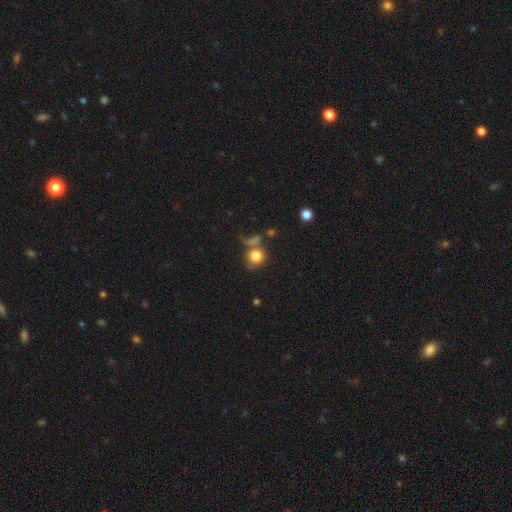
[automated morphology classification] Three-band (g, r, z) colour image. It shows a smooth galaxy with no disk features (81%) that is round (86%). Merging: none (53%).